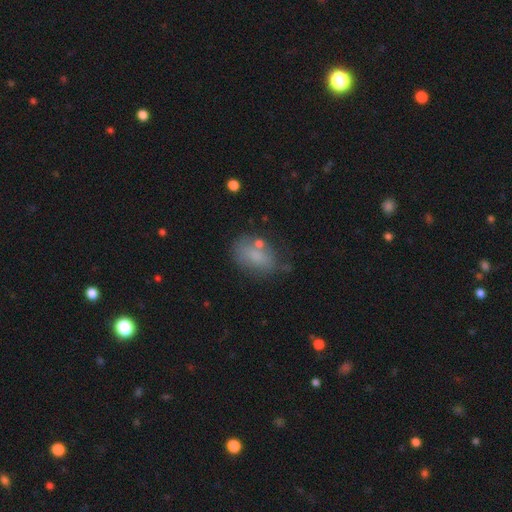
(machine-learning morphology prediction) This appears to be a smooth galaxy with no disk features (71%) that is in between round and cigar-shaped (83%). Merging: none (58%).